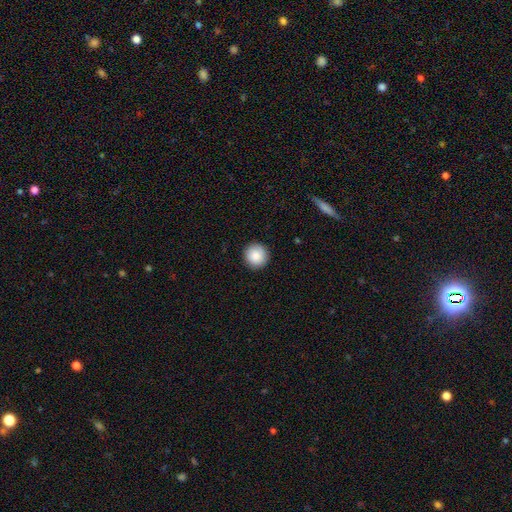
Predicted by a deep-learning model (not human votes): This appears to be a smooth galaxy with no disk features (88%) that is round (95%). Merging: none (92%).